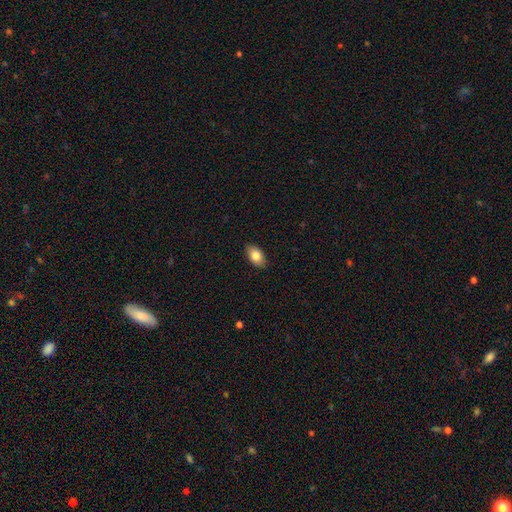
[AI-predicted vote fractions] A smooth galaxy with no disk features (82%) that is in between round and cigar-shaped (92%). Merging: none (88%).